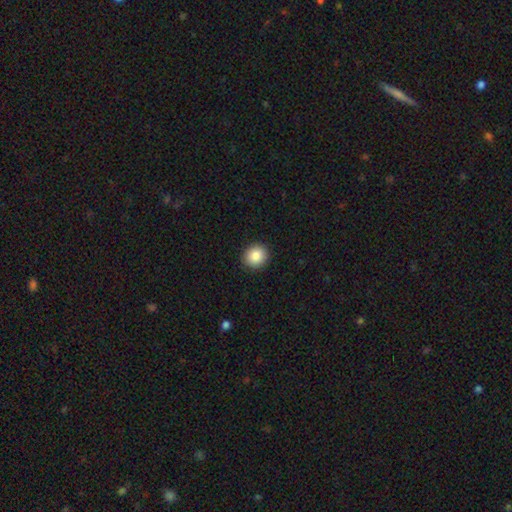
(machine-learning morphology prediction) Smooth or featured?
  - smooth: 86% *
  - star or artifact: 9%
  - featured or disk: 6%
How rounded?
  - round: 87% *
  - in between: 13%
  - cigar-shaped: 1%
Merging?
  - none: 92% *
  - minor disturbance: 6%
  - major disturbance: 2%
  - merger: 1%